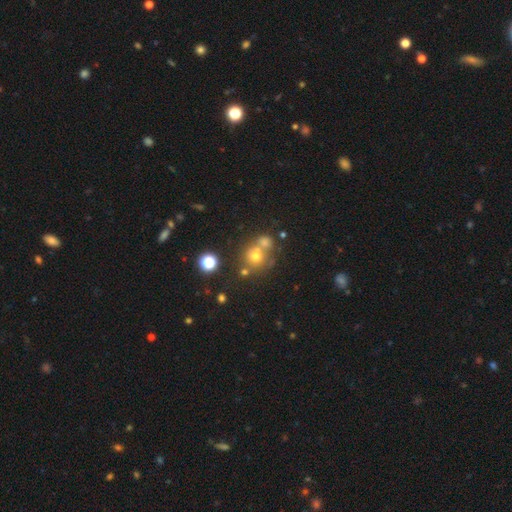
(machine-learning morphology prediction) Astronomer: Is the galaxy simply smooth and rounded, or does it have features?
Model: smooth — 63%.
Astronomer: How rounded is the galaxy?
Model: round — 84%.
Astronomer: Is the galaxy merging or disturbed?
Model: none — 49% (runner-up: merger, 37%).